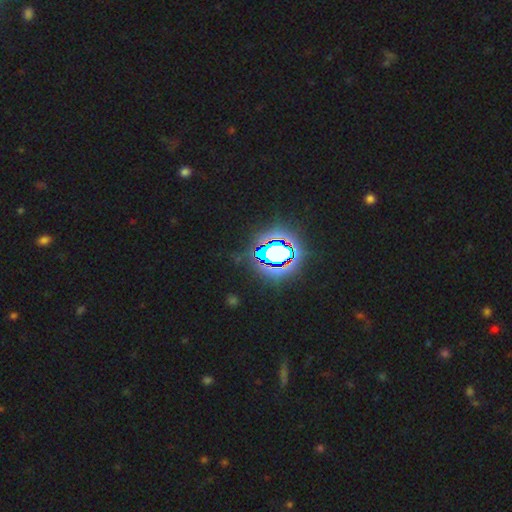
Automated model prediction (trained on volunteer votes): Q: Smooth or featured?
A: star or artifact (76%); runner-up: smooth (14%)